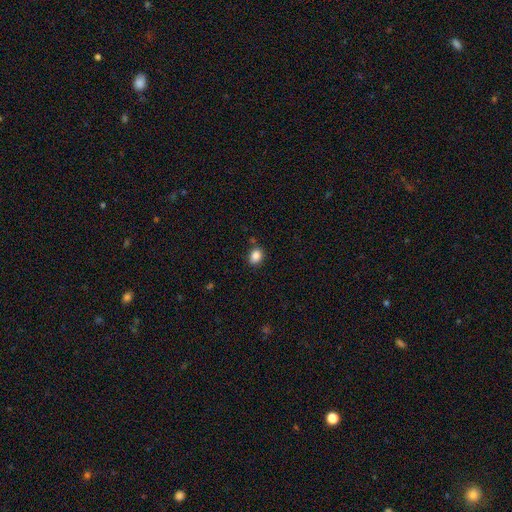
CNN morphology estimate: Smooth or featured? smooth (86%)
How rounded? in between (61%)
Merging? none (83%)